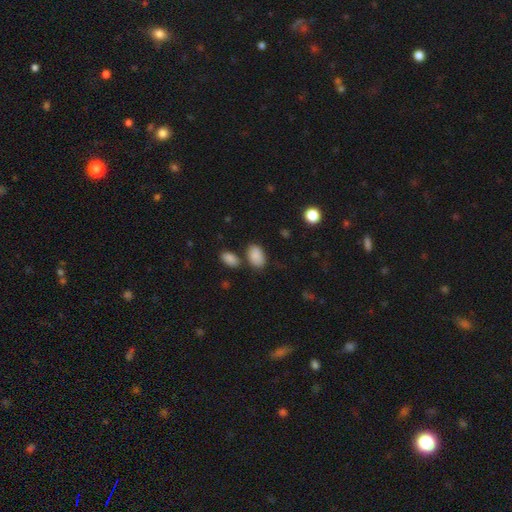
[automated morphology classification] This appears to be a smooth galaxy with no disk features (87%) that is in between round and cigar-shaped (91%). Merging: none (69%).